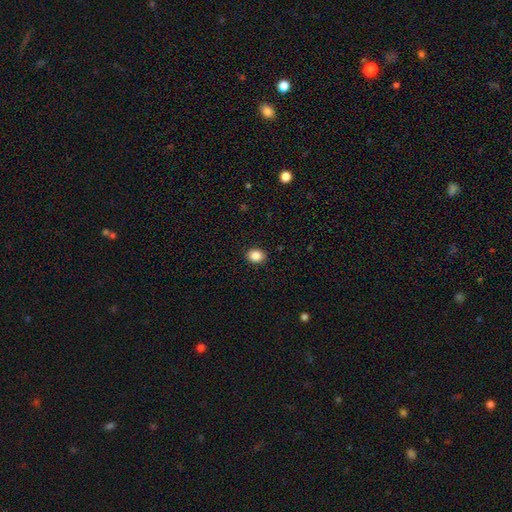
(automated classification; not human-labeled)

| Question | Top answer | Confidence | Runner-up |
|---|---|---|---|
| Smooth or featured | smooth | 86% | star or artifact (9%) |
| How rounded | in between | 50% | round (49%) |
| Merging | none | 91% | minor disturbance (7%) |